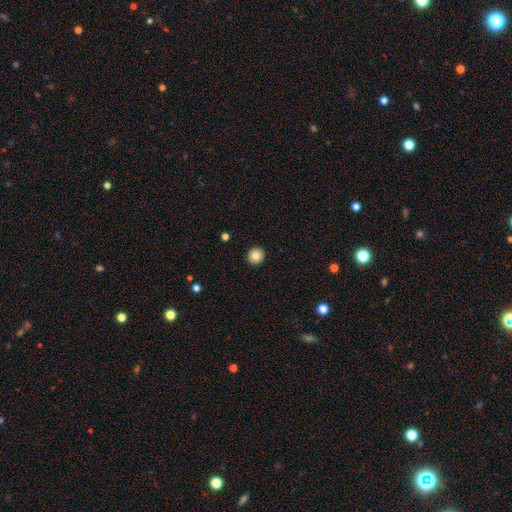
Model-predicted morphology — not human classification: smooth_or_featured: smooth (p=0.83) [alt: star or artifact p=0.09]
how_rounded: round (p=0.93) [alt: in between p=0.06]
merging: none (p=0.93) [alt: minor disturbance p=0.05]